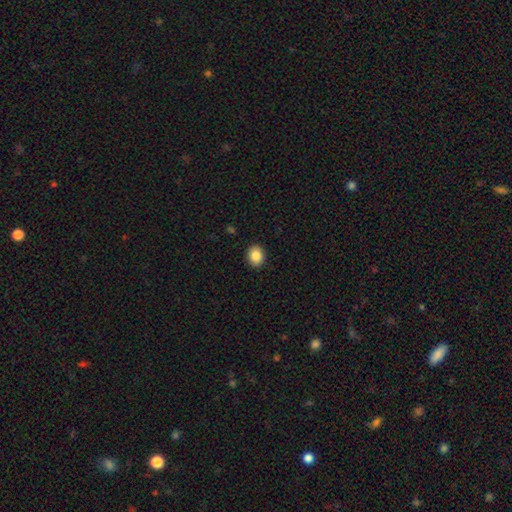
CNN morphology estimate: A smooth galaxy with no disk features (86%) that is round (52%). Merging: none (91%).